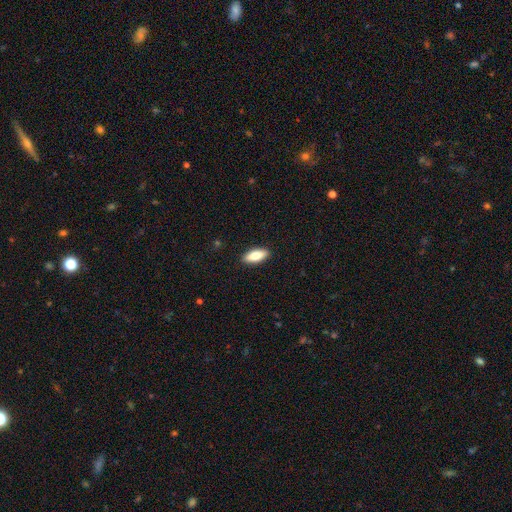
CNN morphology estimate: smooth 82%, featured or disk 12%, star or artifact 6%. Down the decision tree: how rounded — in between (76%); merging — none (90%).